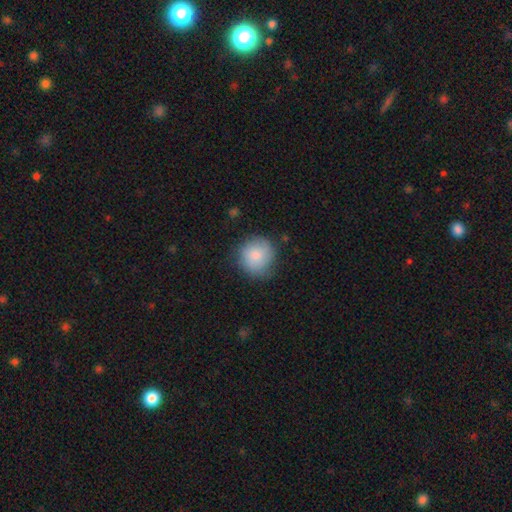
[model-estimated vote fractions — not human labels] A smooth galaxy with no disk features (83%) that is round (91%). Merging: none (77%).